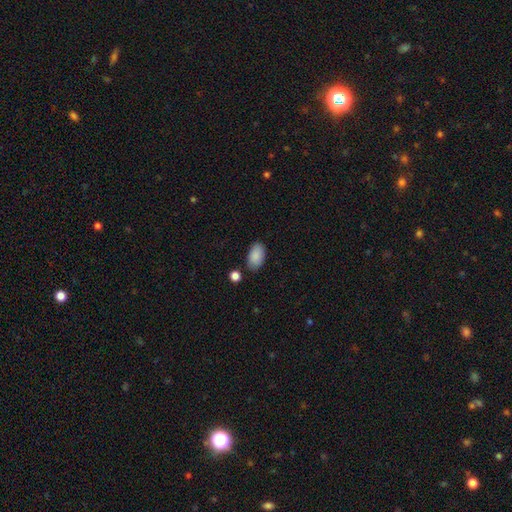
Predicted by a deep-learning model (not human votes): smooth-or-featured: smooth: 89% | star or artifact: 7% | featured or disk: 4%
  how-rounded: in between: 94% | round: 4% | cigar-shaped: 2%
  merging: none: 80% | minor disturbance: 13% | merger: 4% | major disturbance: 3%